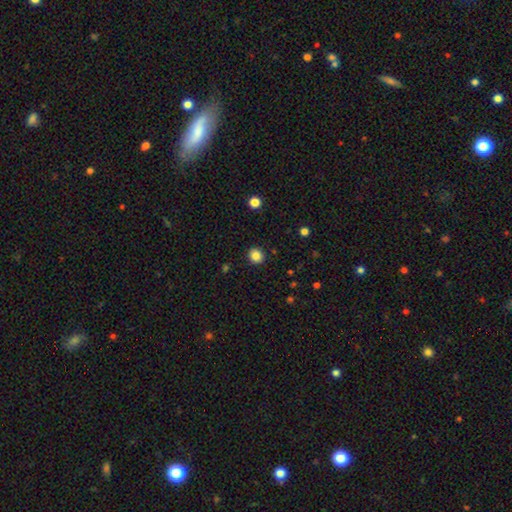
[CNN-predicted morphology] This is clearly a smooth galaxy (84%). How rounded: clearly round (85%). Merging: clearly none (91%).